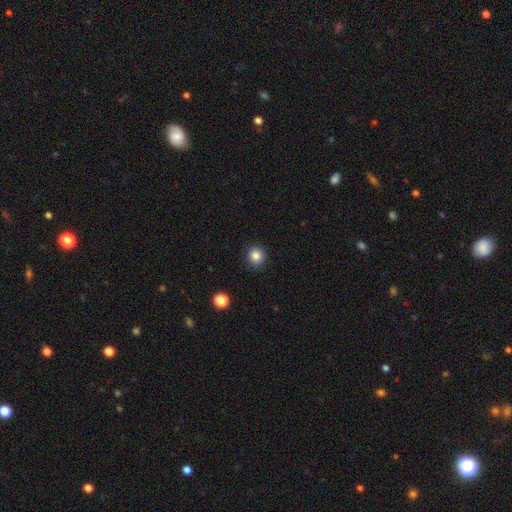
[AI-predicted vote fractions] Smooth or featured: smooth — 85% (star or artifact — 11%)
How rounded: round — 92% (in between — 7%)
Merging: none — 91% (minor disturbance — 6%)